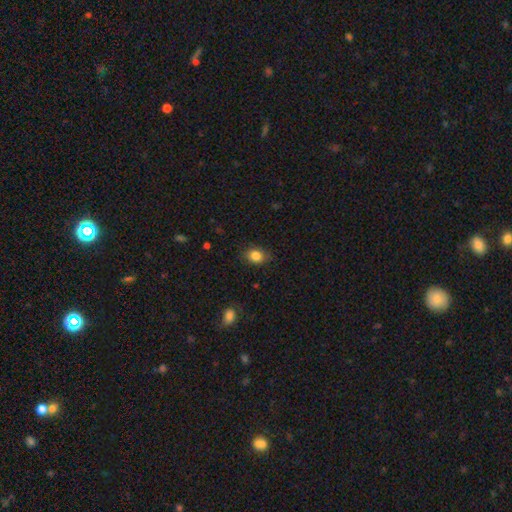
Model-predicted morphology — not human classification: Smooth or featured: smooth — 85% (star or artifact — 10%)
How rounded: in between — 56% (round — 43%)
Merging: none — 80% (minor disturbance — 16%)